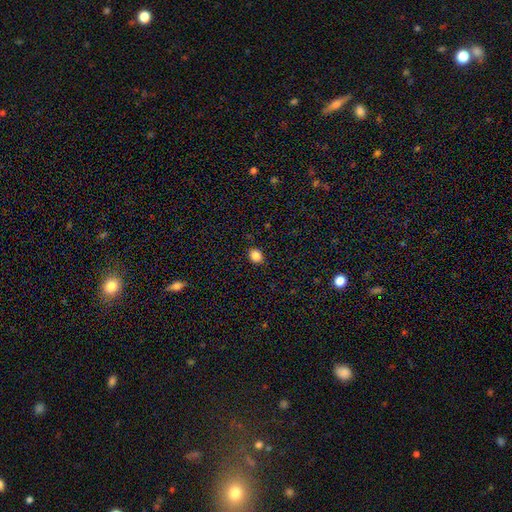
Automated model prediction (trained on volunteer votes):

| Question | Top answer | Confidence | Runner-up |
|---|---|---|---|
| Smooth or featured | smooth | 86% | star or artifact (11%) |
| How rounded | round | 65% | in between (34%) |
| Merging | none | 90% | minor disturbance (7%) |